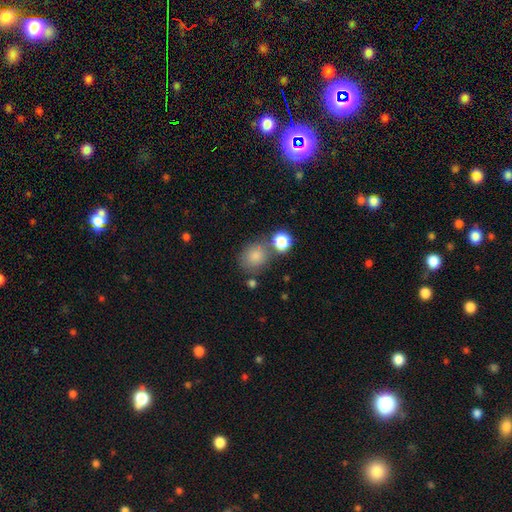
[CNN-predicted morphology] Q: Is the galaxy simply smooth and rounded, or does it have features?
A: smooth — 82%.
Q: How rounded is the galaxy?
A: round — 72%.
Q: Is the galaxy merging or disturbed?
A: none — 62%.